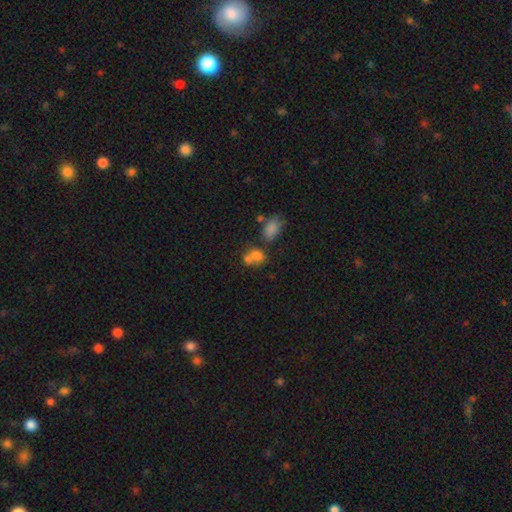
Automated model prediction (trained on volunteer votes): smooth 73%, featured or disk 14%, star or artifact 13%. Down the decision tree: how rounded — in between (55%); merging — merger (52%).